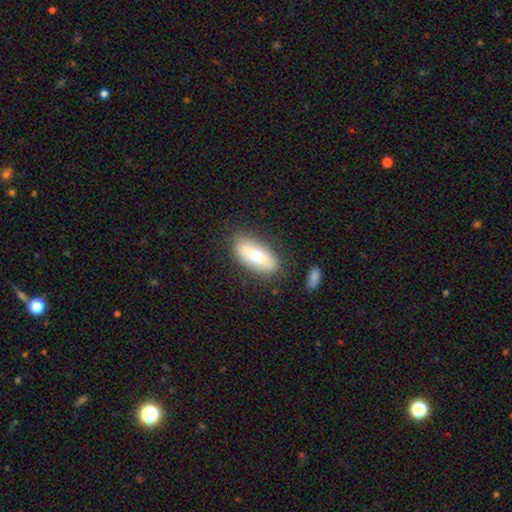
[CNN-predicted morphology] This is likely a smooth galaxy (63%). How rounded: likely in between (77%). Merging: clearly none (83%).